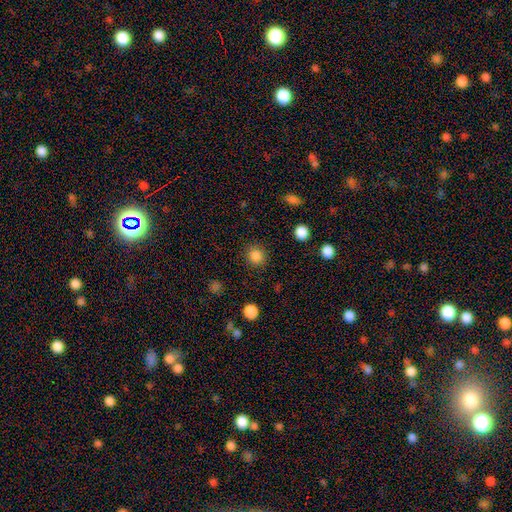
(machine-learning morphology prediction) Overall: smooth (85%). How rounded: round (91%). Merging: none (89%).